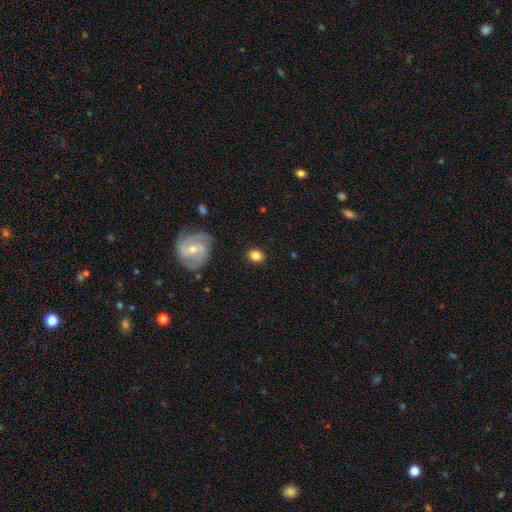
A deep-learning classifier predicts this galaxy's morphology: Smooth or featured? smooth (79%)
How rounded? round (55%)
Merging? none (84%)